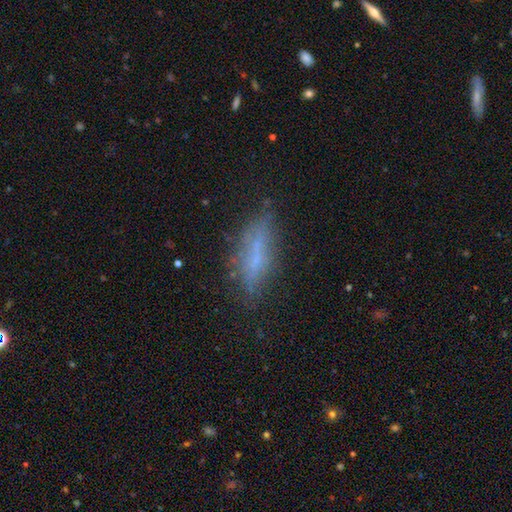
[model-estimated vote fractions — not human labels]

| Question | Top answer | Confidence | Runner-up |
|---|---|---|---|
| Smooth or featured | smooth | 46% | featured or disk (41%) |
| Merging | none | 67% | minor disturbance (21%) |